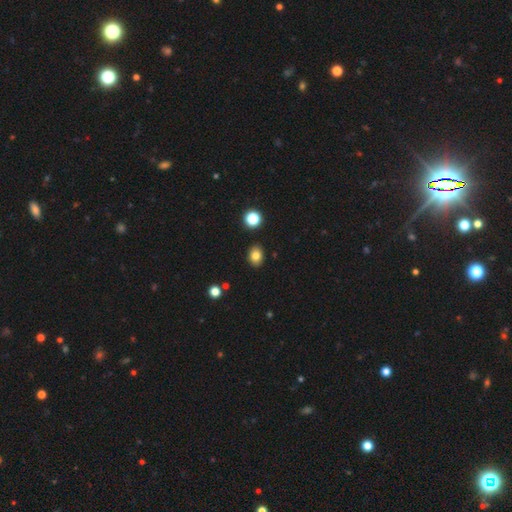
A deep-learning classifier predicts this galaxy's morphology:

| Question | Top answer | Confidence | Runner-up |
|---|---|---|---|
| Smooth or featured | smooth | 82% | star or artifact (11%) |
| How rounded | in between | 60% | round (39%) |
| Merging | none | 88% | minor disturbance (8%) |